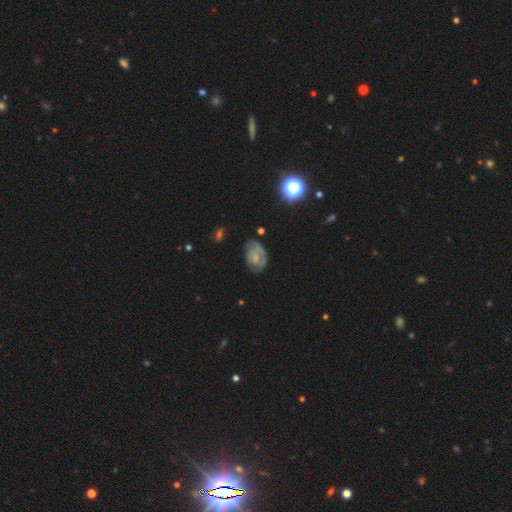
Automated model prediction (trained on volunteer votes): Smooth or featured?
  - featured or disk: 48% *
  - smooth: 41%
  - star or artifact: 11%
Merging?
  - none: 52% *
  - minor disturbance: 30%
  - major disturbance: 16%
  - merger: 3%